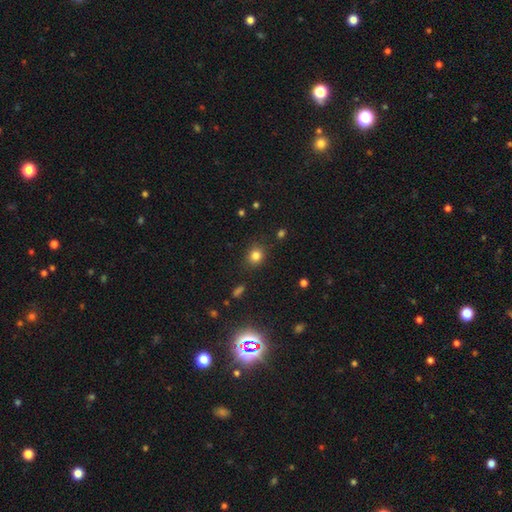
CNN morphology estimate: Q: Smooth or featured?
A: smooth (81%); runner-up: star or artifact (13%)
Q: How rounded?
A: round (75%); runner-up: in between (24%)
Q: Merging?
A: none (85%); runner-up: minor disturbance (10%)